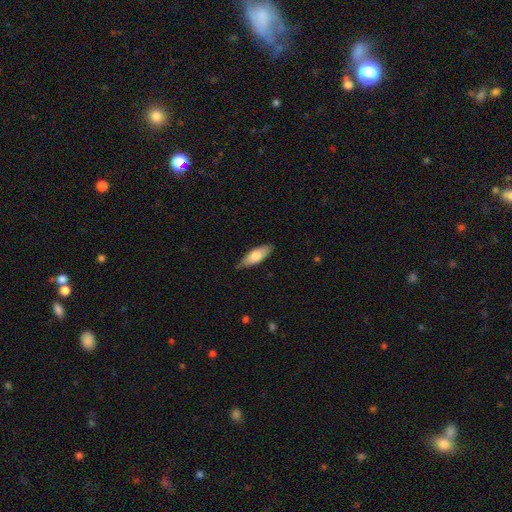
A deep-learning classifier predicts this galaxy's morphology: smooth-or-featured: smooth: 75% | featured or disk: 20% | star or artifact: 5%
  how-rounded: in between: 67% | cigar-shaped: 31% | round: 2%
  merging: none: 80% | minor disturbance: 17% | major disturbance: 2% | merger: 1%